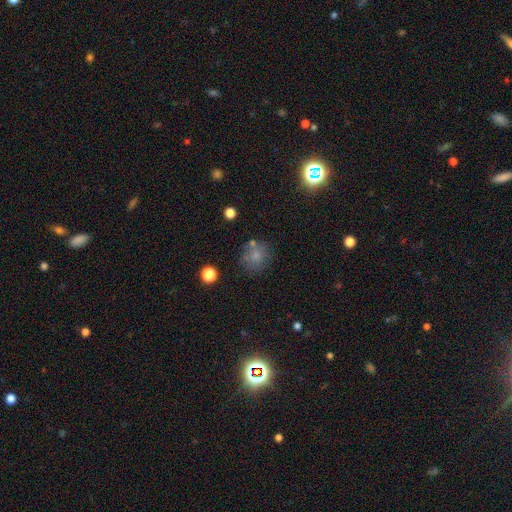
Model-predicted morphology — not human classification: smooth-or-featured: smooth: 71% | featured or disk: 15% | star or artifact: 14%
  how-rounded: round: 80% | in between: 19% | cigar-shaped: 1%
  merging: none: 62% | minor disturbance: 18% | merger: 10% | major disturbance: 10%